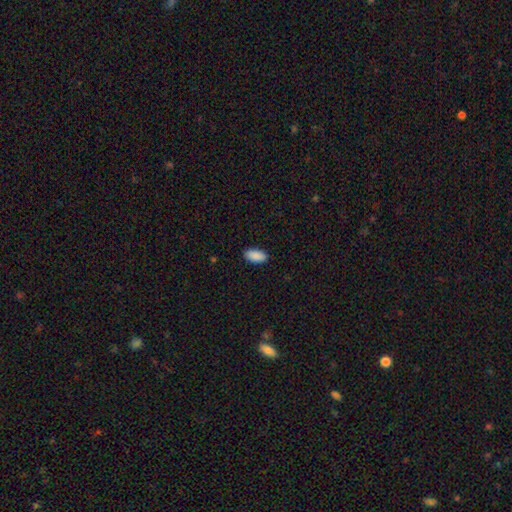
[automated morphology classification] smooth_or_featured: smooth (p=0.91) [alt: star or artifact p=0.06]
how_rounded: in between (p=0.92) [alt: cigar-shaped p=0.06]
merging: none (p=0.89) [alt: minor disturbance p=0.08]